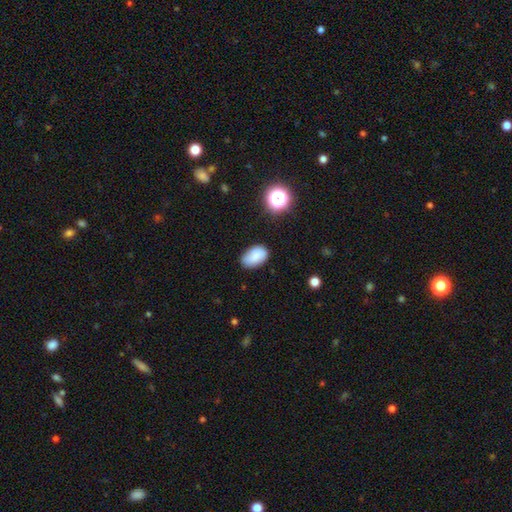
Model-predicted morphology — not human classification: Overall: smooth (82%). How rounded: in between (89%). Merging: none (75%).